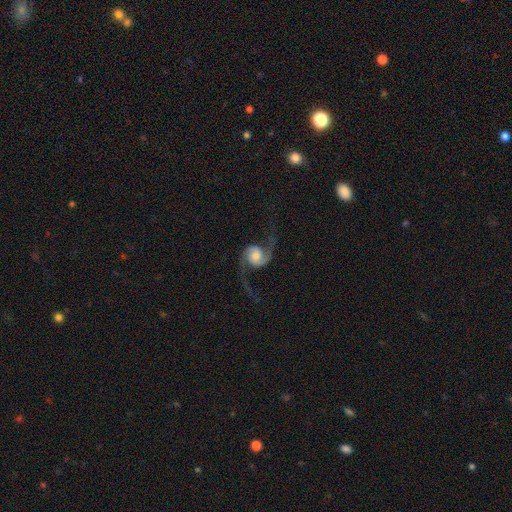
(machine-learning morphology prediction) Smooth or featured: featured or disk — 90% (smooth — 5%)
Edge-on disk: no — 98% (yes — 2%)
Bar: no — 64% (weak — 28%)
Spiral arms: yes — 98% (no — 2%)
Spiral winding: loose — 72% (medium — 23%)
Spiral arm count: 2 — 94% (1 — 2%)
Bulge size: moderate — 36% (large — 28%)
Merging: none — 74% (minor disturbance — 13%)